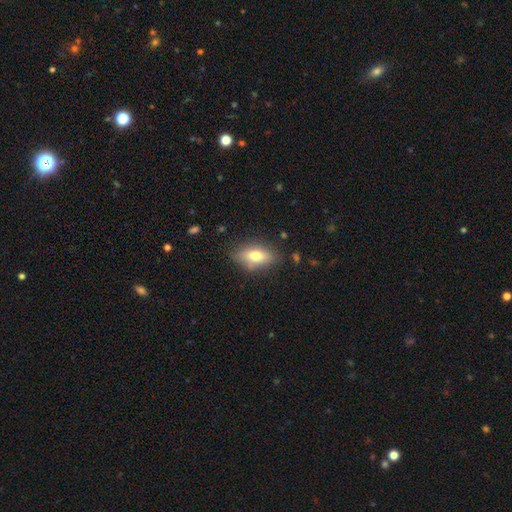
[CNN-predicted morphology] smooth_or_featured: smooth (p=0.71) [alt: featured or disk p=0.22]
how_rounded: in between (p=0.82) [alt: cigar-shaped p=0.12]
merging: none (p=0.79) [alt: minor disturbance p=0.15]